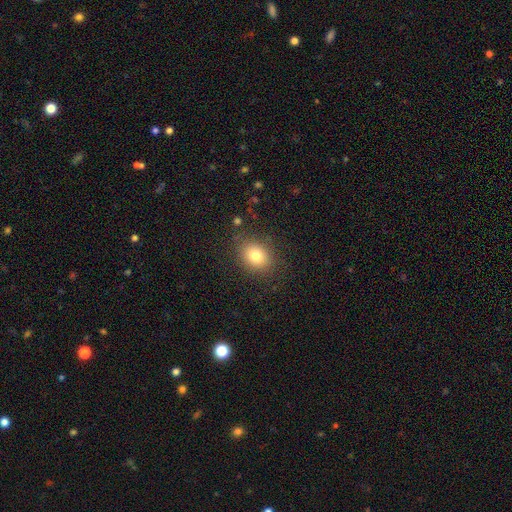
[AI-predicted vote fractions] The model was most divided on "how rounded": round: 54%, in between: 45%, cigar-shaped: 1%. More confident: merging — none (84%); smooth or featured — smooth (79%).